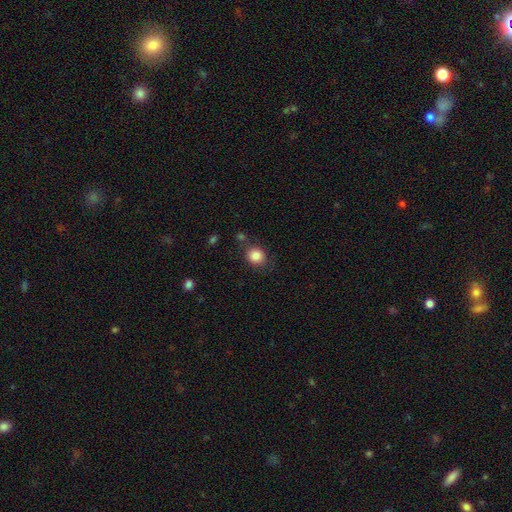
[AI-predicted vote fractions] This is clearly a smooth galaxy (85%). How rounded: likely round (78%). Merging: likely none (76%).